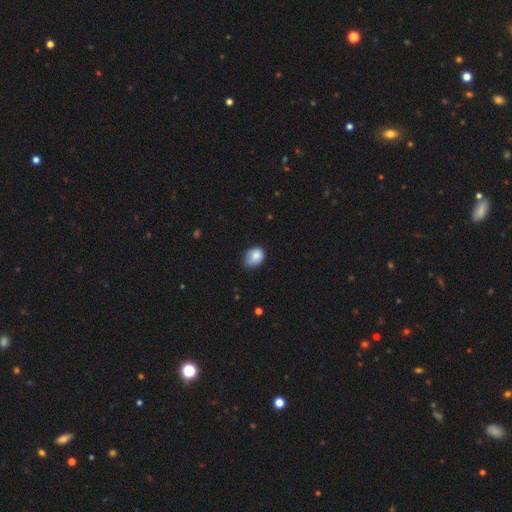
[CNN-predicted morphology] type=smooth (83%); roundness=in between (54%); merging=minor disturbance (47%).